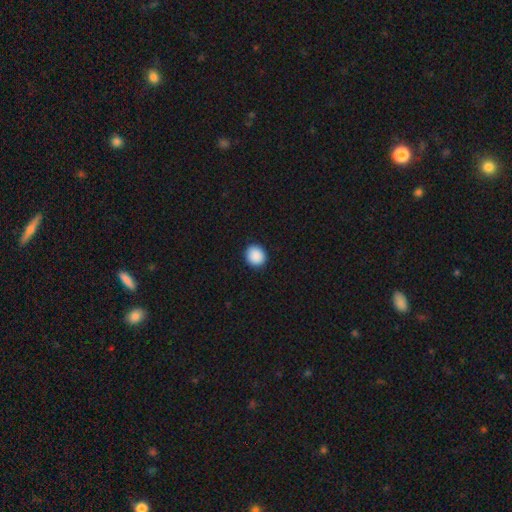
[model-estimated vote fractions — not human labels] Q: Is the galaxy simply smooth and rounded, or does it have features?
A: smooth — 90%.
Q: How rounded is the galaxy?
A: round — 84%.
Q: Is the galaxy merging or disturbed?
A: none — 92%.